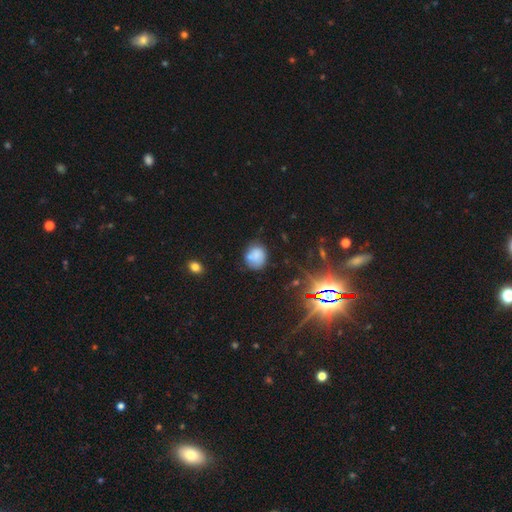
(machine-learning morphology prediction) smooth-or-featured: smooth: 72% | star or artifact: 14% | featured or disk: 13%
  how-rounded: round: 71% | in between: 27% | cigar-shaped: 1%
  merging: none: 59% | minor disturbance: 23% | merger: 12% | major disturbance: 7%